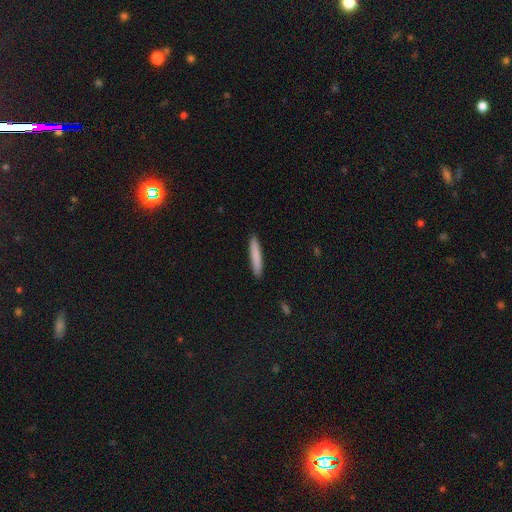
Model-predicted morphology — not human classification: Smooth or featured? smooth (83%)
How rounded? cigar-shaped (93%)
Merging? none (92%)